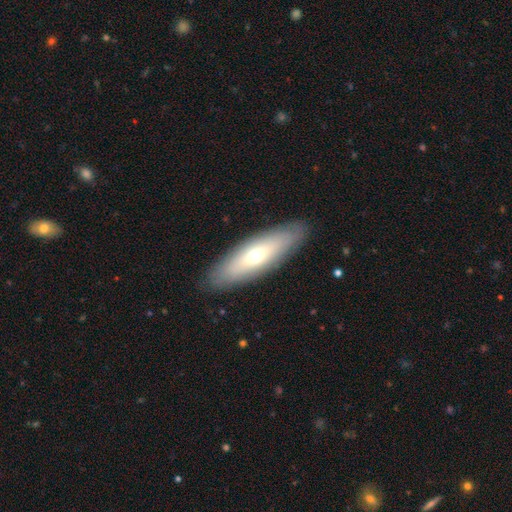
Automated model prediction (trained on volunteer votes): A smooth galaxy with no disk features (55%) that is cigar-shaped (52%).

Vote fractions:
- Smooth or featured? smooth: 55% / featured or disk: 38% / star or artifact: 6%
- How rounded? cigar-shaped: 52% / in between: 46% / round: 2%
- Merging? none: 88% / minor disturbance: 9% / major disturbance: 2% / merger: 1%